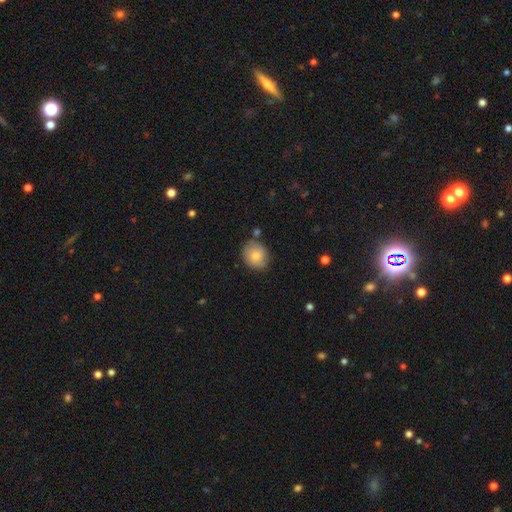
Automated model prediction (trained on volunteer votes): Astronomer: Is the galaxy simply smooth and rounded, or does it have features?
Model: smooth — 79%.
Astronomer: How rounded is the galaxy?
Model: round — 61% (runner-up: in between, 38%).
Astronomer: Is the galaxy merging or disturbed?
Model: none — 77%.